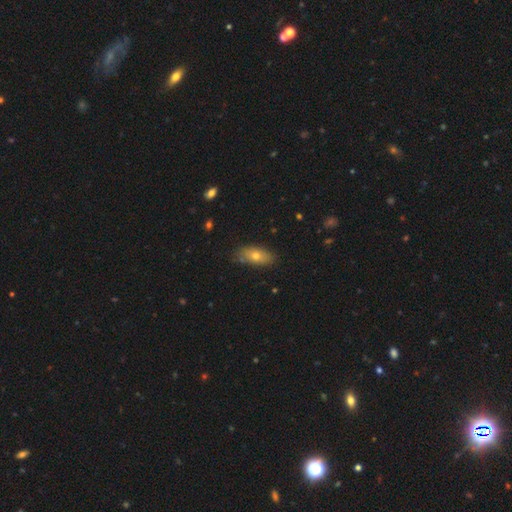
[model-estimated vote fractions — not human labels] smooth_or_featured: smooth (p=0.70) [alt: featured or disk p=0.22]
how_rounded: in between (p=0.82) [alt: cigar-shaped p=0.13]
merging: none (p=0.80) [alt: minor disturbance p=0.15]